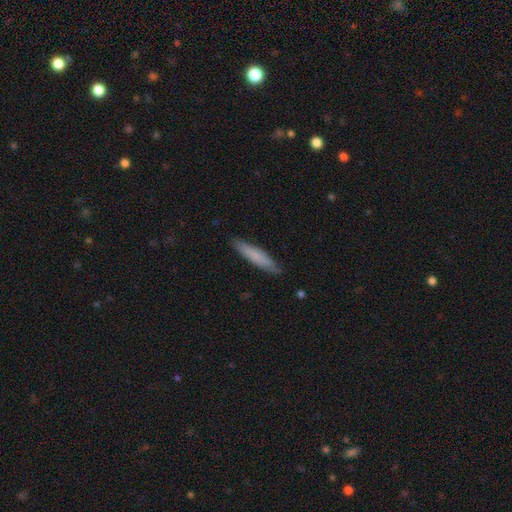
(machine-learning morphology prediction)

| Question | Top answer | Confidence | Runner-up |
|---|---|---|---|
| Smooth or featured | smooth | 73% | featured or disk (21%) |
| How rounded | cigar-shaped | 89% | in between (10%) |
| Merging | none | 87% | minor disturbance (10%) |